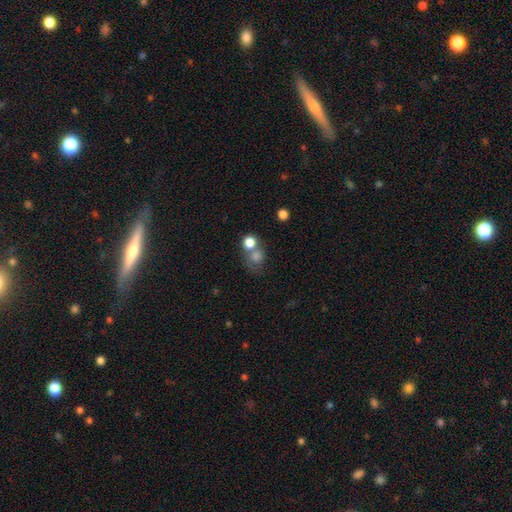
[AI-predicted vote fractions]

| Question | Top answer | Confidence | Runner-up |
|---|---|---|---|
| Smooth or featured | smooth | 72% | star or artifact (15%) |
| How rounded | round | 75% | in between (23%) |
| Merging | none | 39% | tied: merger (39%) |